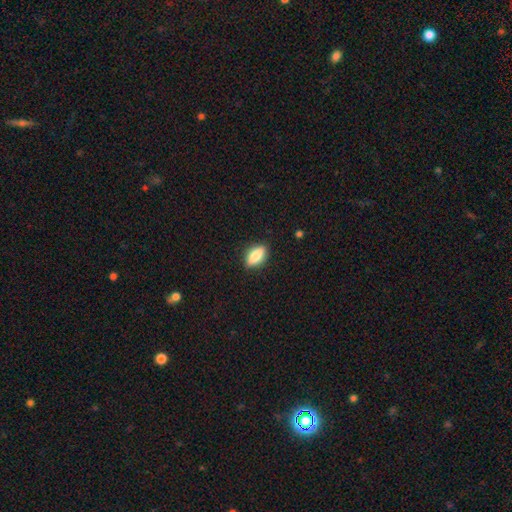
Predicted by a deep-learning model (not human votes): Smooth or featured: smooth — 73% (featured or disk — 19%)
How rounded: in between — 78% (cigar-shaped — 17%)
Merging: none — 86% (minor disturbance — 11%)